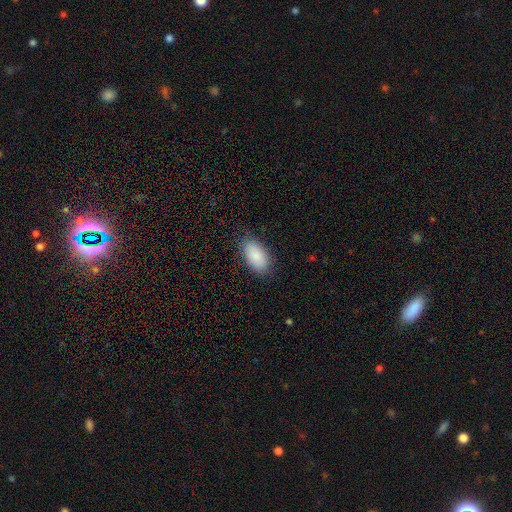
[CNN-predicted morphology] The model was most divided on "merging": none: 83%, minor disturbance: 13%, major disturbance: 3%, merger: 1%. More confident: how rounded — in between (94%); smooth or featured — smooth (88%).